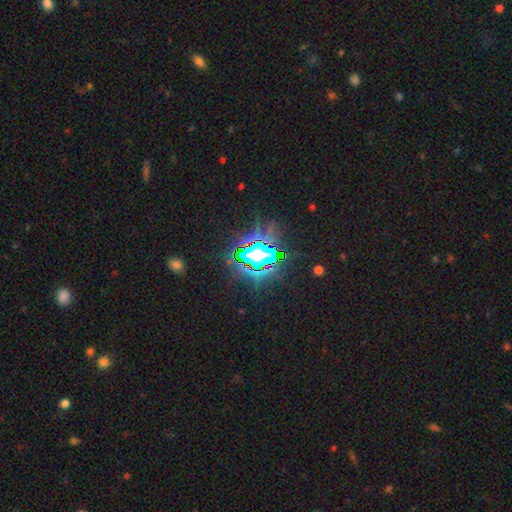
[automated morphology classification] smooth_or_featured: star or artifact (p=0.79) [alt: smooth p=0.11]